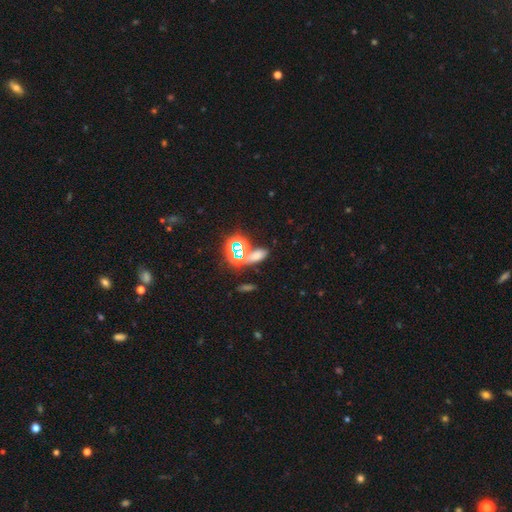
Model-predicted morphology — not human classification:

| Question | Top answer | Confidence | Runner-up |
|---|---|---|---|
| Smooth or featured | smooth | 54% | star or artifact (36%) |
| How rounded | in between | 78% | round (15%) |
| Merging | none | 60% | merger (23%) |